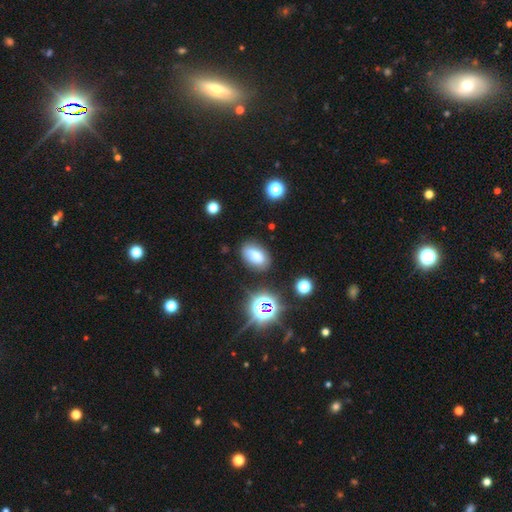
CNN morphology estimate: This appears to be a smooth galaxy with no disk features (72%) that is in between round and cigar-shaped (88%). Merging: none (80%).